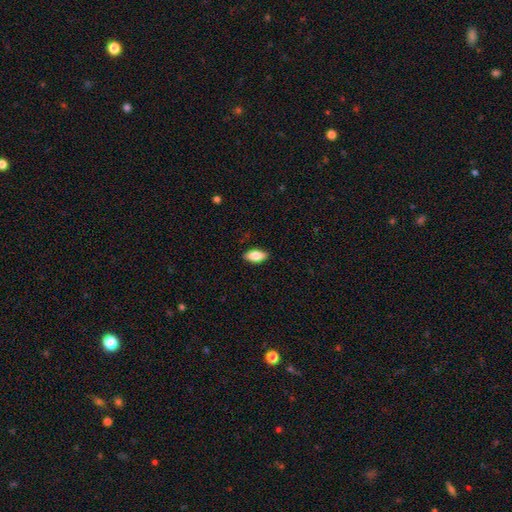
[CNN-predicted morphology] smooth-or-featured: smooth: 78% | featured or disk: 16% | star or artifact: 6%
  how-rounded: in between: 87% | cigar-shaped: 10% | round: 3%
  merging: none: 88% | minor disturbance: 9% | major disturbance: 2% | merger: 1%